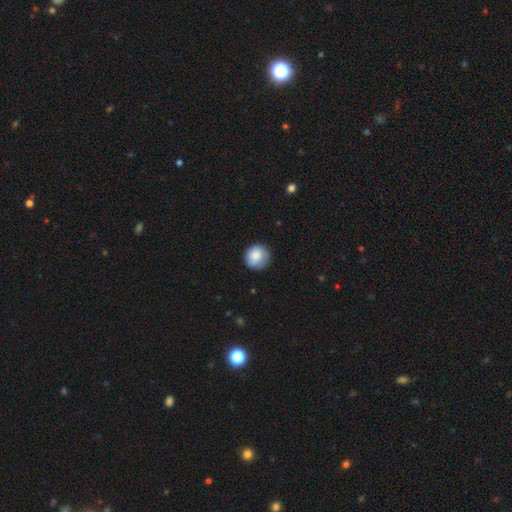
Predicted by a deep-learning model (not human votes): smooth 84%, featured or disk 9%, star or artifact 7%. Down the decision tree: how rounded — round (90%); merging — none (79%).